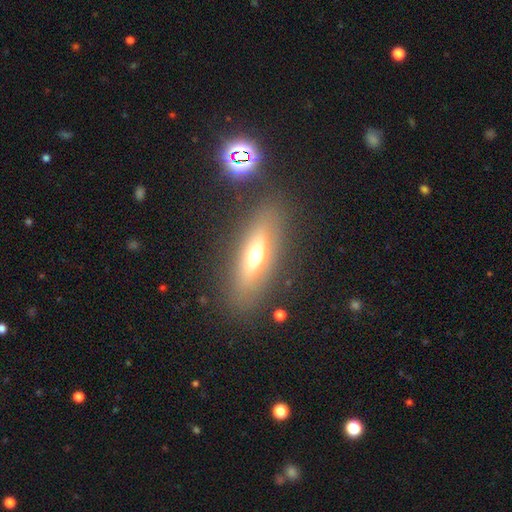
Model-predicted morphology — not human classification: A smooth galaxy with no disk features (51%) that is in between round and cigar-shaped (55%).

Vote fractions:
- Smooth or featured? smooth: 51% / featured or disk: 38% / star or artifact: 11%
- How rounded? in between: 55% / cigar-shaped: 39% / round: 6%
- Merging? none: 83% / minor disturbance: 10% / major disturbance: 5% / merger: 3%